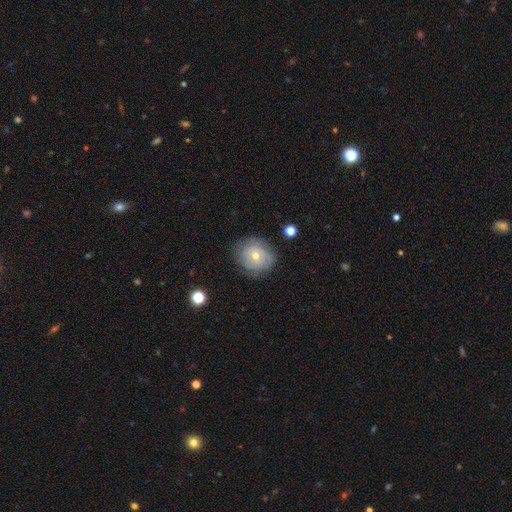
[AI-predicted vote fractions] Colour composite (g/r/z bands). It shows a featured or disk galaxy (46%). Merging: none (79%).